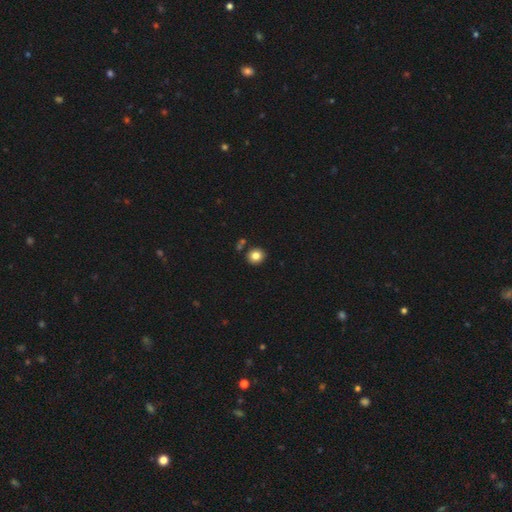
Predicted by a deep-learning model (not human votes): Q: Smooth or featured?
A: smooth (83%); runner-up: star or artifact (10%)
Q: How rounded?
A: round (84%); runner-up: in between (15%)
Q: Merging?
A: none (84%); runner-up: minor disturbance (8%)